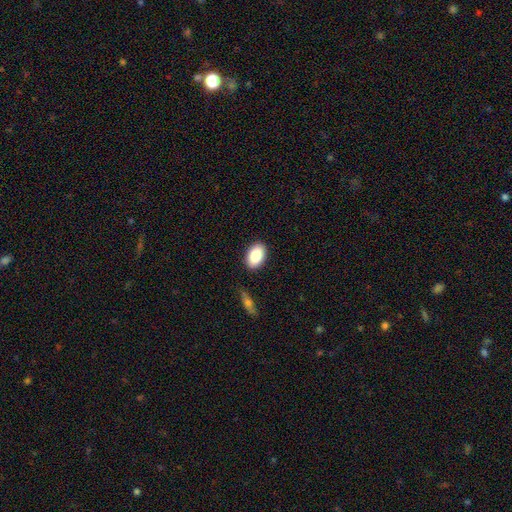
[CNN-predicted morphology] A smooth galaxy with no disk features (87%) that is in between round and cigar-shaped (91%).

Vote fractions:
- Smooth or featured? smooth: 87% / star or artifact: 7% / featured or disk: 6%
- How rounded? in between: 91% / round: 7% / cigar-shaped: 1%
- Merging? none: 87% / minor disturbance: 9% / major disturbance: 2% / merger: 2%